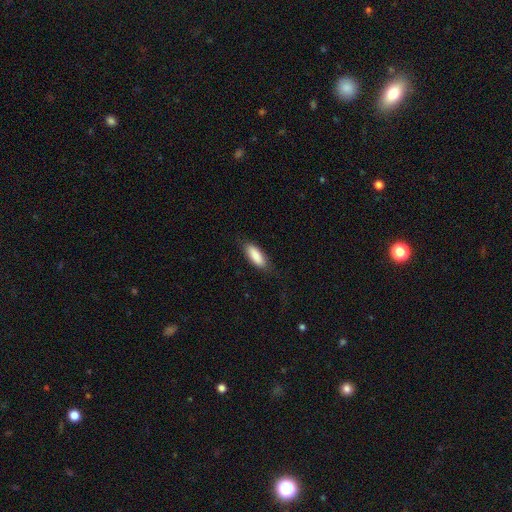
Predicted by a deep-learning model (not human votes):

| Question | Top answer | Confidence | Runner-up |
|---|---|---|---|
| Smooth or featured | smooth | 87% | featured or disk (7%) |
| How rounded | in between | 72% | cigar-shaped (26%) |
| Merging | none | 78% | minor disturbance (16%) |